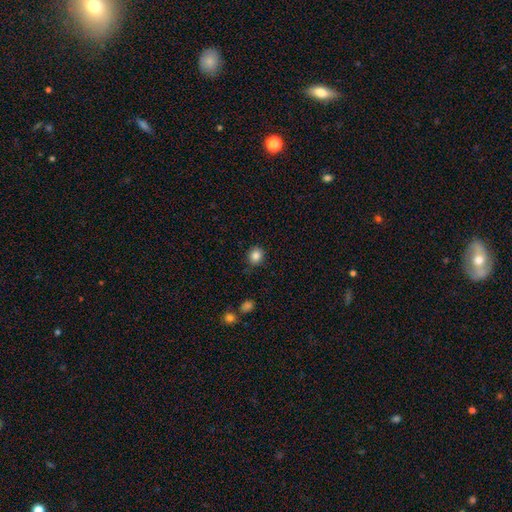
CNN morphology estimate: This appears to be a smooth galaxy with no disk features (85%) that is round (76%). Merging: none (85%).